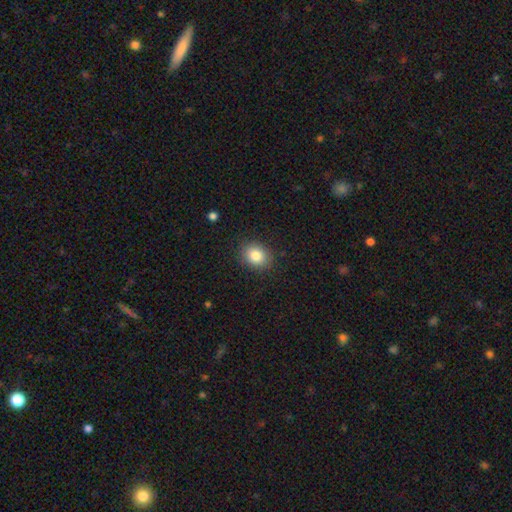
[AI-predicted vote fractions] Smooth or featured? smooth (83%)
How rounded? round (55%)
Merging? none (87%)